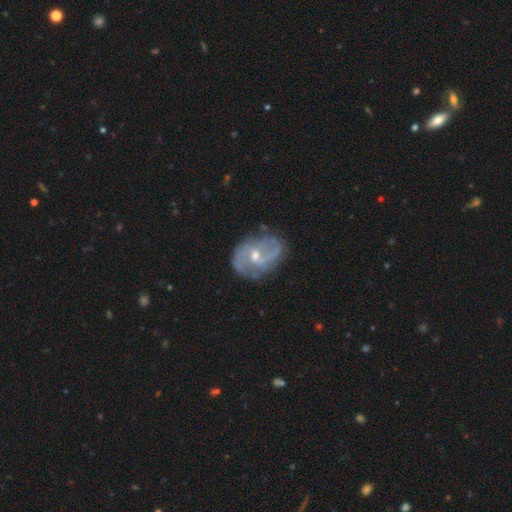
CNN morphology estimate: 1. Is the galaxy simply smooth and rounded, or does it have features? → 82% featured or disk, 11% smooth, 8% star or artifact.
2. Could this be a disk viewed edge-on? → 97% no, 3% yes.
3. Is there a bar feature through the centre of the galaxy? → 47% no, 41% weak, 12% strong.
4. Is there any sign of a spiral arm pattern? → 90% yes, 10% no.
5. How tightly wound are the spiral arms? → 42% loose, 40% medium, 18% tight.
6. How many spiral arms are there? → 72% 2, 14% can't tell, 6% 3, 4% 1, 2% 4, 2% more than 4.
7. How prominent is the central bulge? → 50% small, 46% moderate, 1% large, 1% none, 1% dominant.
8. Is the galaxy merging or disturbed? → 68% none, 21% minor disturbance, 9% major disturbance, 2% merger.